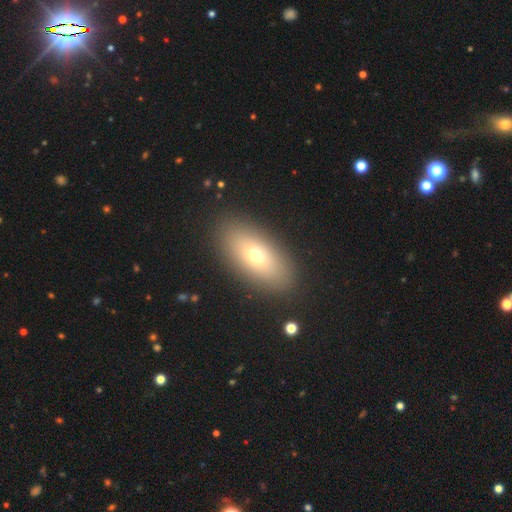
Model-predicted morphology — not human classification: The model was most divided on "smooth or featured": smooth: 67%, featured or disk: 23%, star or artifact: 10%. More confident: merging — none (88%); how rounded — in between (85%).